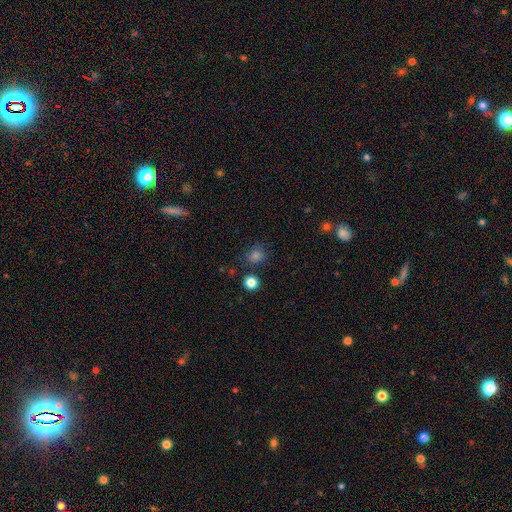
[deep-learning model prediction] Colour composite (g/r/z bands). It shows a smooth galaxy with no disk features (71%) that is round (74%). Merging: none (78%).